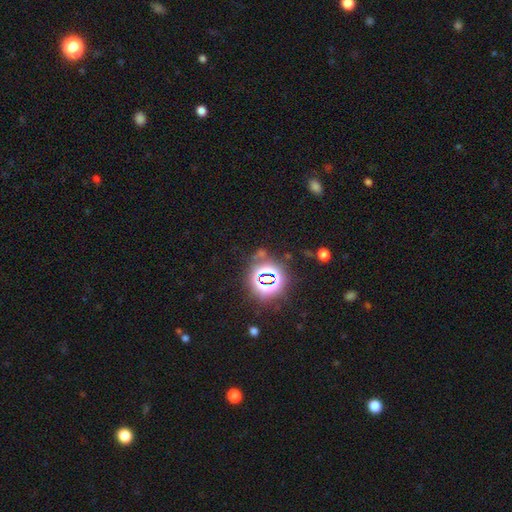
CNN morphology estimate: This appears to be a star or artifact, not a galaxy (81%).